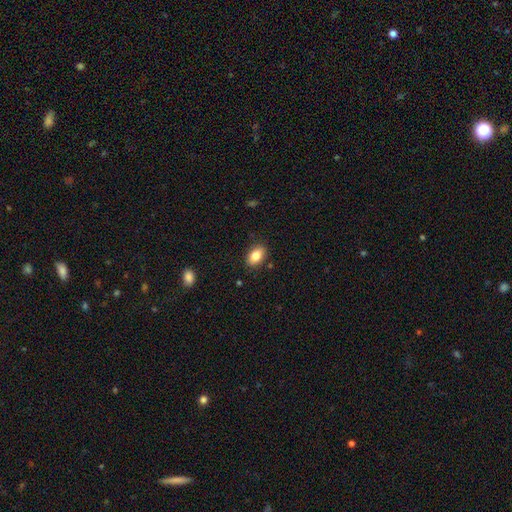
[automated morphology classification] This is clearly a smooth galaxy (82%). How rounded: clearly in between (87%). Merging: clearly none (87%).